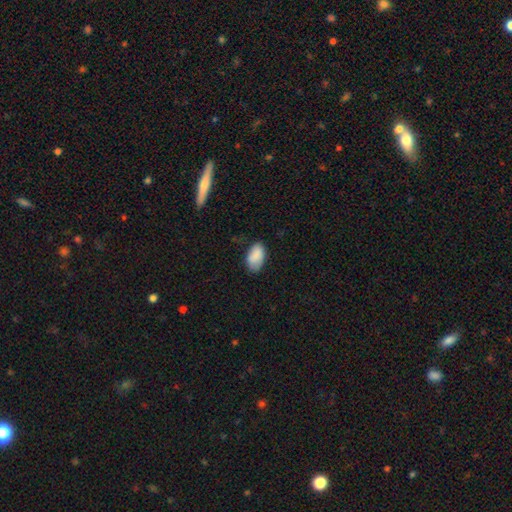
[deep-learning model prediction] Overall: smooth (87%). How rounded: in between (94%). Merging: none (68%).